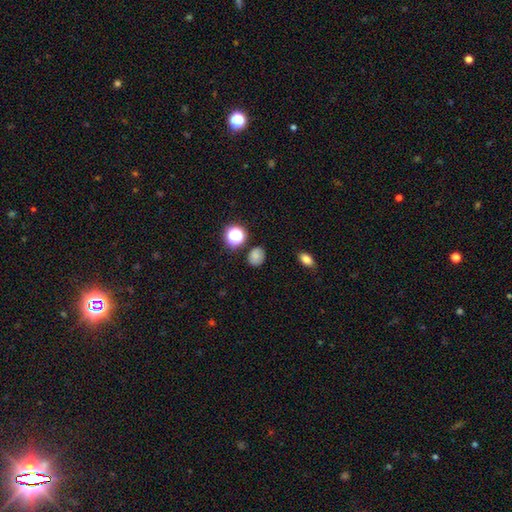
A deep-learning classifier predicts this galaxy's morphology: smooth_or_featured: smooth (p=0.75) [alt: star or artifact p=0.16]
how_rounded: round (p=0.52) [alt: in between p=0.47]
merging: none (p=0.79) [alt: minor disturbance p=0.14]